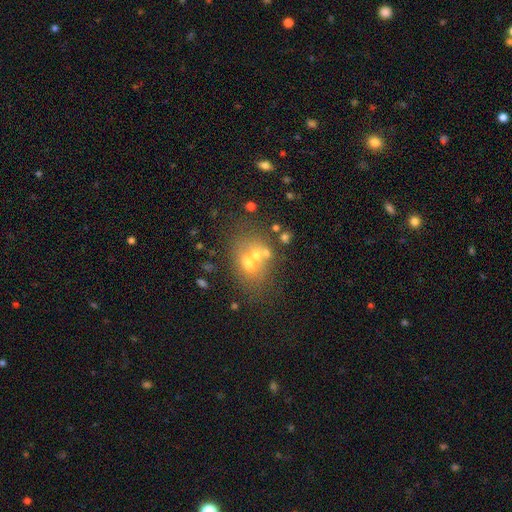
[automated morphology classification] This appears to be a smooth galaxy with no disk features (49%). Merging: merger (45%).